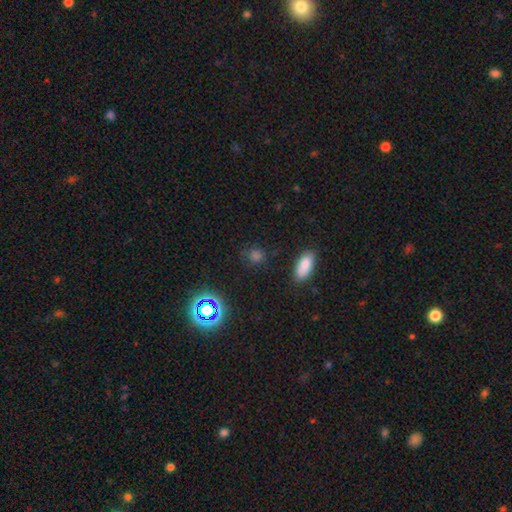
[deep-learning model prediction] smooth_or_featured: smooth (p=0.63) [alt: star or artifact p=0.31]
how_rounded: round (p=0.74) [alt: in between p=0.22]
merging: none (p=0.82) [alt: minor disturbance p=0.11]